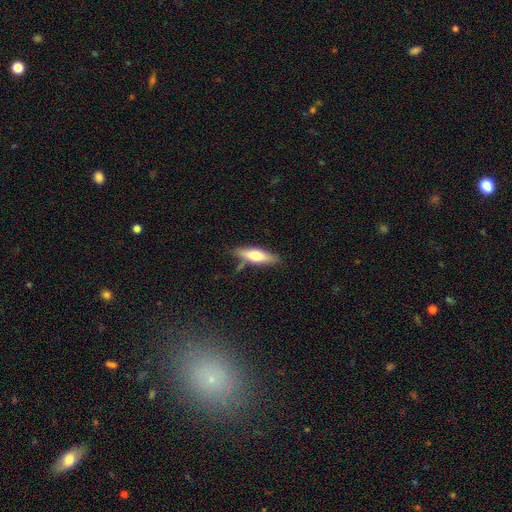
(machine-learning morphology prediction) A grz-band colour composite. It shows a smooth galaxy with no disk features (59%) that is cigar-shaped (59%). Merging: none (74%).